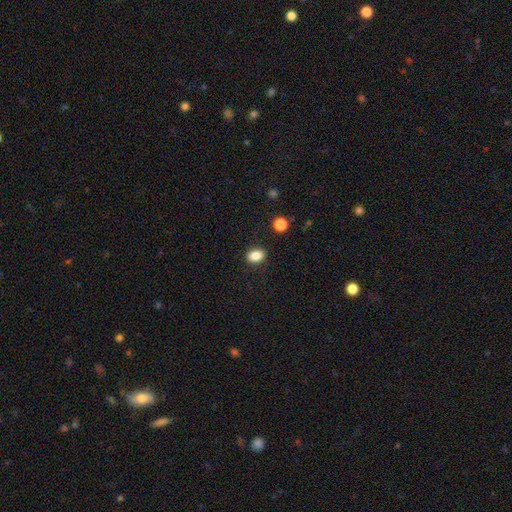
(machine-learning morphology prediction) Overall: smooth (85%). How rounded: in between (71%). Merging: none (87%).